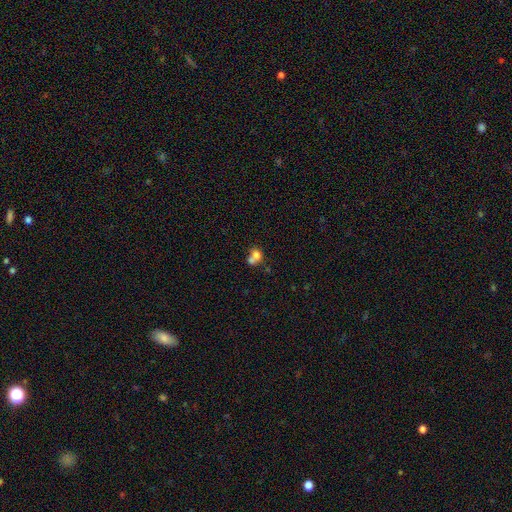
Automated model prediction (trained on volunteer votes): Q: Smooth or featured?
A: smooth (72%); runner-up: featured or disk (17%)
Q: How rounded?
A: round (65%); runner-up: in between (34%)
Q: Merging?
A: merger (65%); runner-up: none (25%)